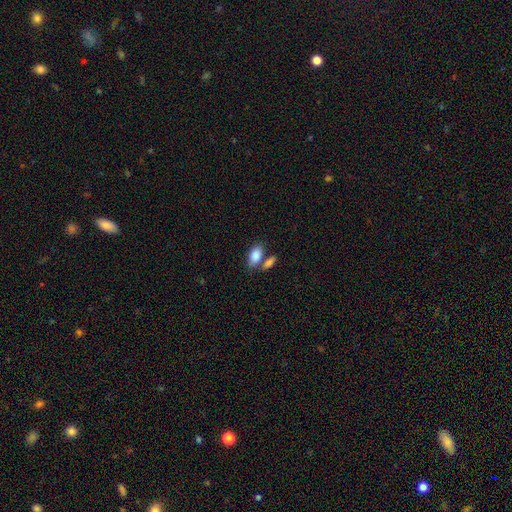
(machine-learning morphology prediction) smooth 86%, featured or disk 7%, star or artifact 7%. Down the decision tree: how rounded — in between (92%); merging — none (52%).